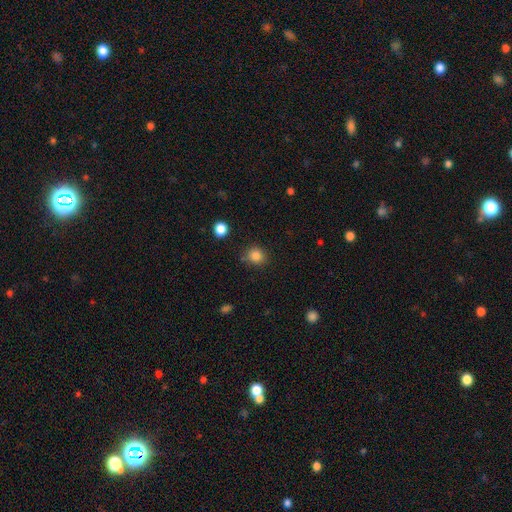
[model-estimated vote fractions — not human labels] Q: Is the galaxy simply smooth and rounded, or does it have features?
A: smooth — 85%.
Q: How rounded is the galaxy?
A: round — 80%.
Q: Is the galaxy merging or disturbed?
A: none — 81%.